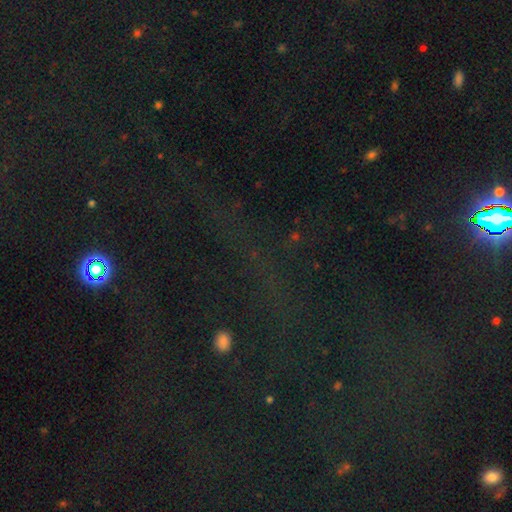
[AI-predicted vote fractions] star or artifact 73%, smooth 16%, featured or disk 11%.